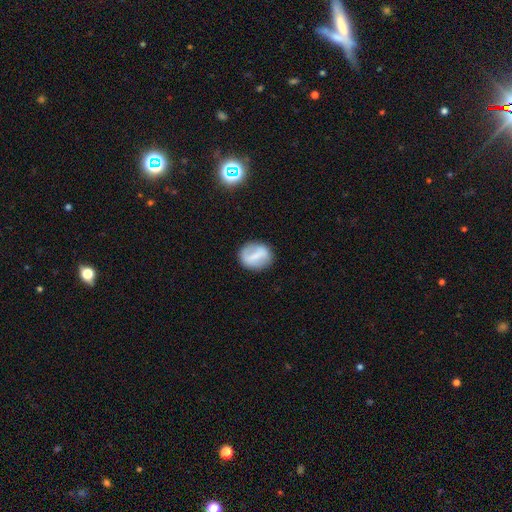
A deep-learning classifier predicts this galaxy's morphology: This appears to be a smooth galaxy with no disk features (49%). Merging: none (79%).